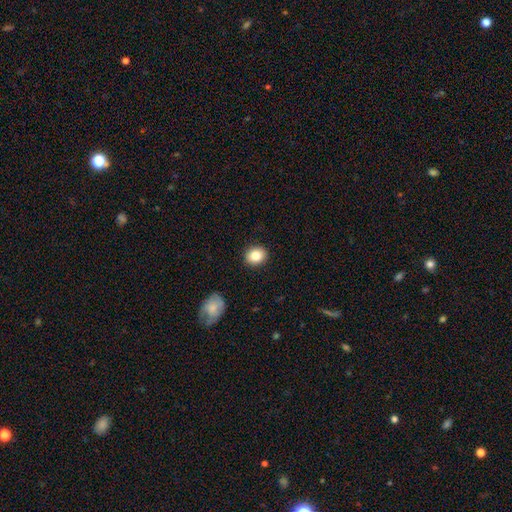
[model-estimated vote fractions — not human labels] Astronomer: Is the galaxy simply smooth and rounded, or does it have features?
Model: smooth — 83%.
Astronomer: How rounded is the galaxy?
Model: round — 65%.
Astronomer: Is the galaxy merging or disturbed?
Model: none — 90%.